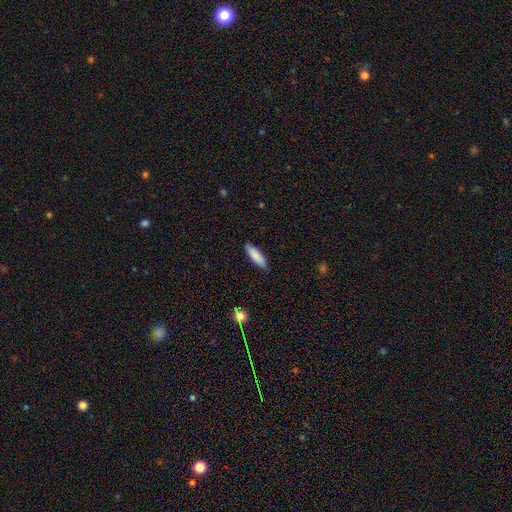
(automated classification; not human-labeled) smooth_or_featured: smooth (p=0.86) [alt: featured or disk p=0.08]
how_rounded: cigar-shaped (p=0.53) [alt: in between p=0.45]
merging: none (p=0.88) [alt: minor disturbance p=0.09]